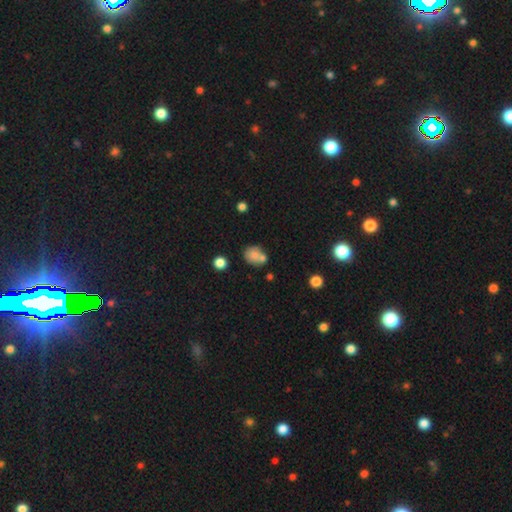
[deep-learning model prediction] A smooth galaxy with no disk features (77%) that is round (56%).

Vote fractions:
- Smooth or featured? smooth: 77% / featured or disk: 13% / star or artifact: 10%
- How rounded? round: 56% / in between: 43% / cigar-shaped: 1%
- Merging? none: 48% / merger: 32% / minor disturbance: 15% / major disturbance: 5%